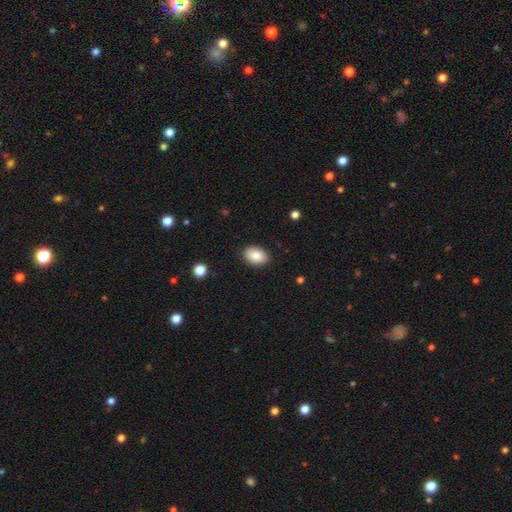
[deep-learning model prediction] Smooth or featured: smooth — 87% (star or artifact — 7%)
How rounded: in between — 86% (round — 13%)
Merging: none — 87% (minor disturbance — 9%)